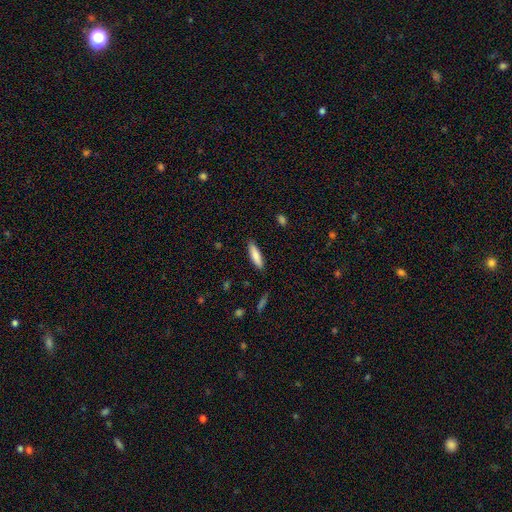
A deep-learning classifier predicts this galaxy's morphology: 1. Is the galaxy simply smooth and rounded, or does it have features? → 83% smooth, 11% featured or disk, 6% star or artifact.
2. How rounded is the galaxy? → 67% cigar-shaped, 31% in between, 1% round.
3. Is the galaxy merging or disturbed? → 89% none, 8% minor disturbance, 2% major disturbance, 1% merger.